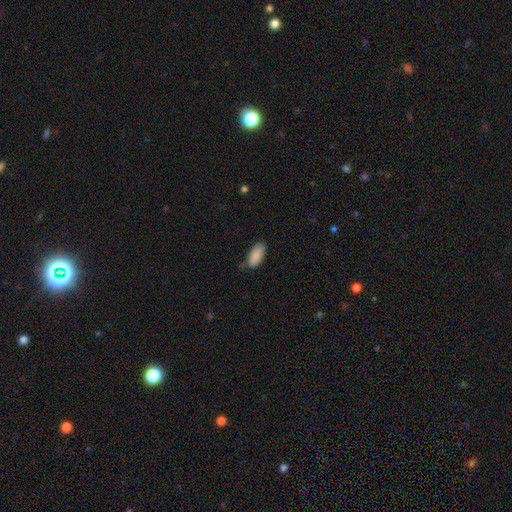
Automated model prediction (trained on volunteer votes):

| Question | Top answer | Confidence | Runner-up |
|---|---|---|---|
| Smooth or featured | smooth | 89% | star or artifact (6%) |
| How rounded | in between | 89% | cigar-shaped (9%) |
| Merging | none | 71% | minor disturbance (23%) |